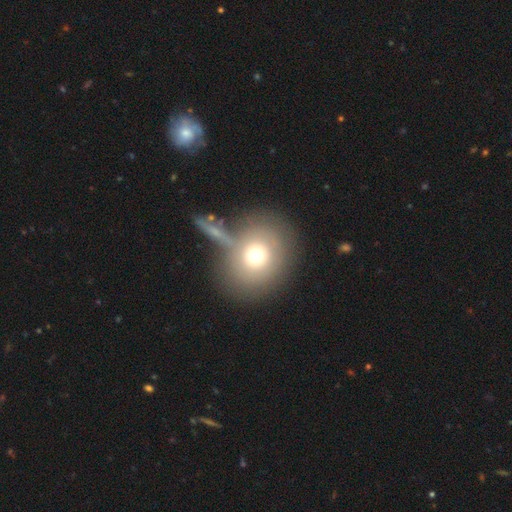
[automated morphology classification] Overall: smooth (68%). How rounded: round (78%). Merging: none (61%).